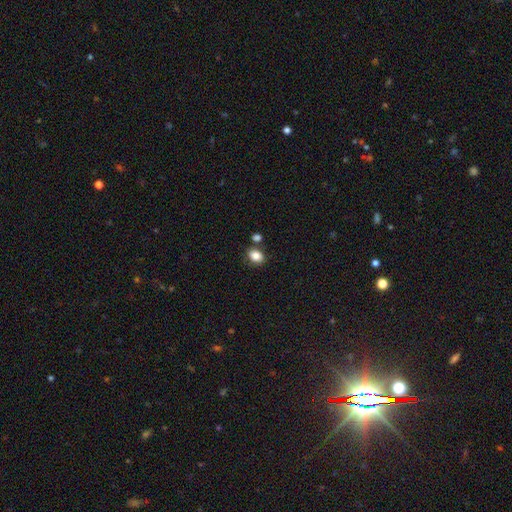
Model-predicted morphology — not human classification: smooth_or_featured: smooth (p=0.85) [alt: star or artifact p=0.09]
how_rounded: in between (p=0.69) [alt: round p=0.30]
merging: none (p=0.71) [alt: merger p=0.13]